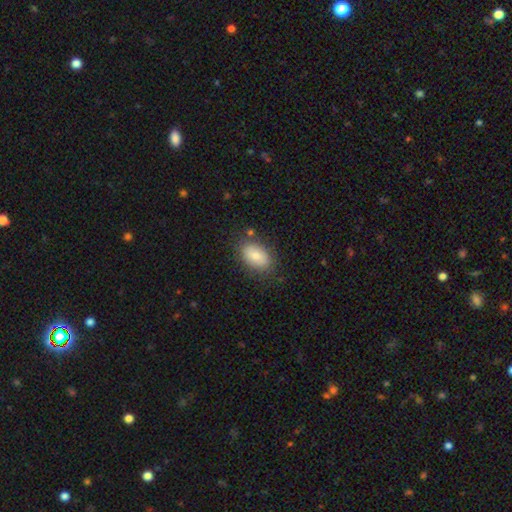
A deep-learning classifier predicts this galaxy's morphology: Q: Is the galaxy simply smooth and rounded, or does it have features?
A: smooth — 80%.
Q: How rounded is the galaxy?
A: in between — 90%.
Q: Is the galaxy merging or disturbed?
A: none — 80%.